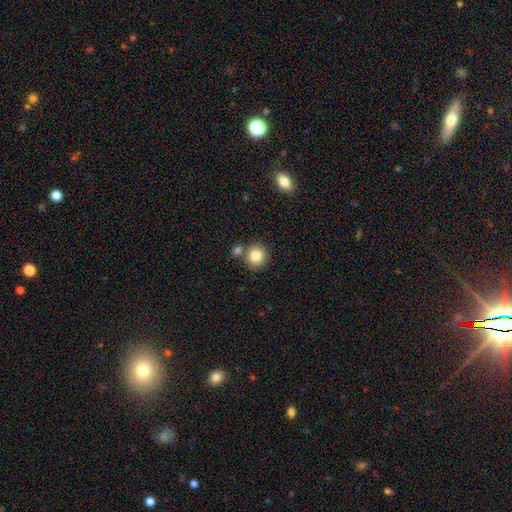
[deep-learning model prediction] Smooth or featured? Predicted: smooth (p=0.83). How rounded? Predicted: round (p=0.90). Merging? Predicted: none (p=0.72).